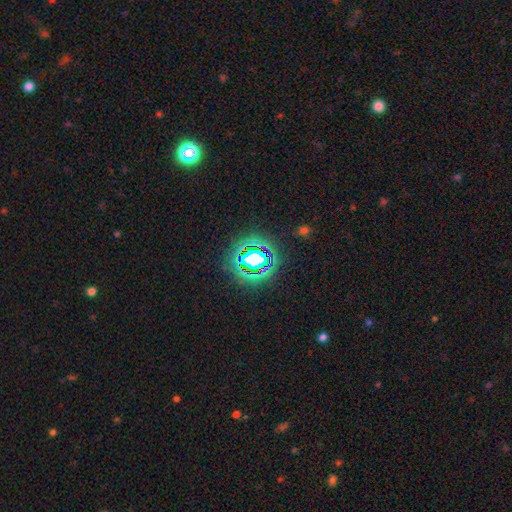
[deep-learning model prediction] This appears to be a star or artifact, not a galaxy (65%).